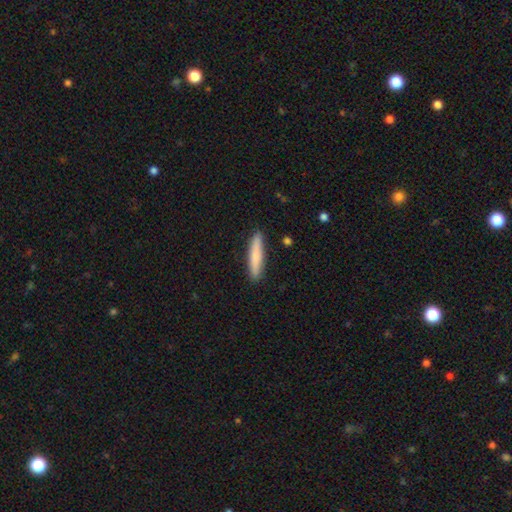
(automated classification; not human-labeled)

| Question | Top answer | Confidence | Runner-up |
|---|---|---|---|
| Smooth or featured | smooth | 80% | featured or disk (15%) |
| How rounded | cigar-shaped | 90% | in between (8%) |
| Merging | none | 90% | minor disturbance (8%) |